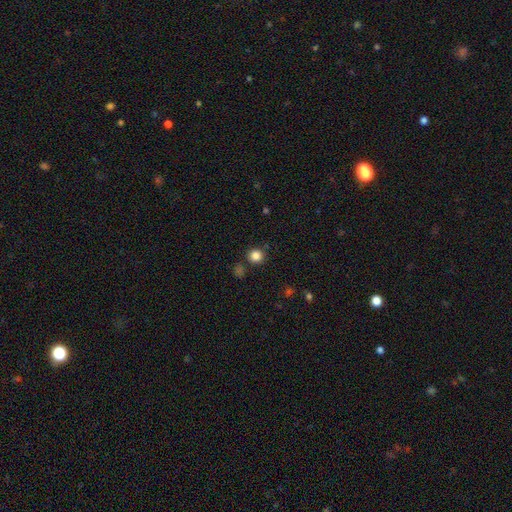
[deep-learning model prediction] The model was most divided on "smooth or featured": smooth: 84%, star or artifact: 12%, featured or disk: 4%. More confident: how rounded — round (92%); merging — none (86%).